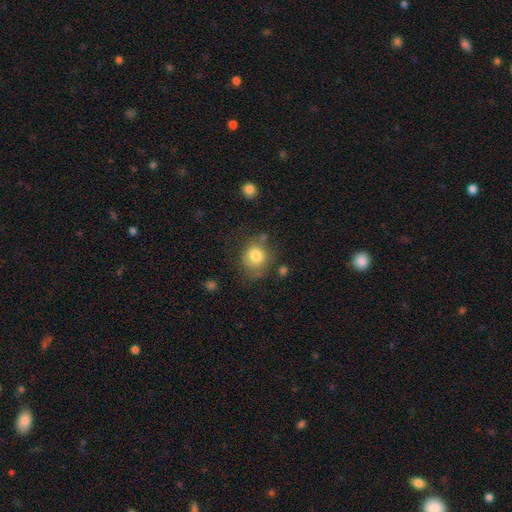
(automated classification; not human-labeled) smooth_or_featured: smooth (p=0.79) [alt: featured or disk p=0.12]
how_rounded: round (p=0.75) [alt: in between p=0.24]
merging: none (p=0.61) [alt: minor disturbance p=0.23]